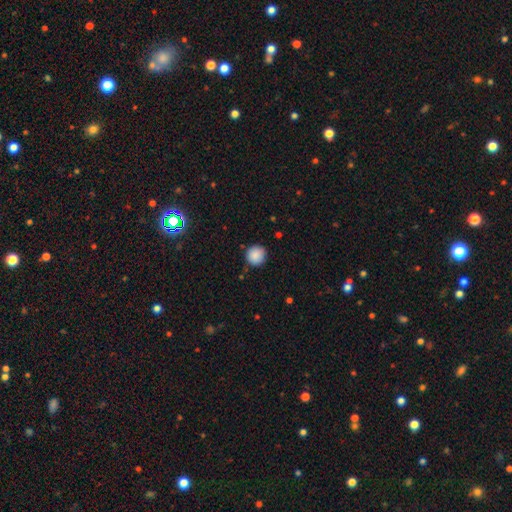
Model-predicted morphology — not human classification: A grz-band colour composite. It shows a smooth galaxy with no disk features (88%) that is round (94%). Merging: none (86%).